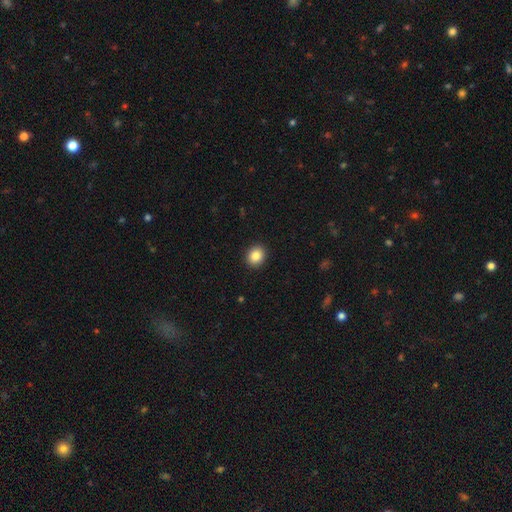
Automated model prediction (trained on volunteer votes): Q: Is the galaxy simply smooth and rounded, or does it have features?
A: smooth — 86%.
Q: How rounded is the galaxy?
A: round — 72%.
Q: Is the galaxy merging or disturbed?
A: none — 92%.